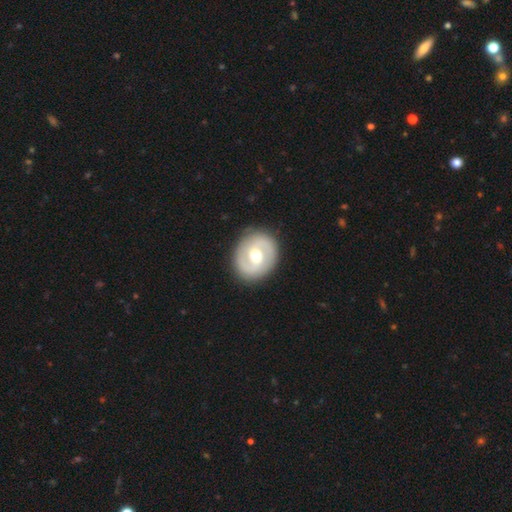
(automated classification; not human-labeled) Q: Smooth or featured?
A: featured or disk (71%); runner-up: smooth (24%)
Q: Edge-on disk?
A: no (97%); runner-up: yes (3%)
Q: Bar?
A: weak (47%); runner-up: no (35%)
Q: Spiral arms?
A: yes (77%); runner-up: no (23%)
Q: Spiral winding?
A: medium (43%); runner-up: tight (38%)
Q: Spiral arm count?
A: 2 (87%); runner-up: can't tell (7%)
Q: Bulge size?
A: moderate (75%); runner-up: small (16%)
Q: Merging?
A: none (88%); runner-up: minor disturbance (8%)